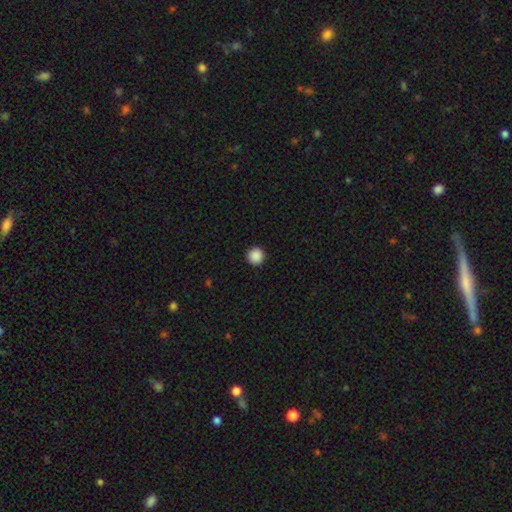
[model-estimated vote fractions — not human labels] Smooth or featured: smooth — 89% (star or artifact — 9%)
How rounded: round — 96% (in between — 3%)
Merging: none — 94% (minor disturbance — 4%)